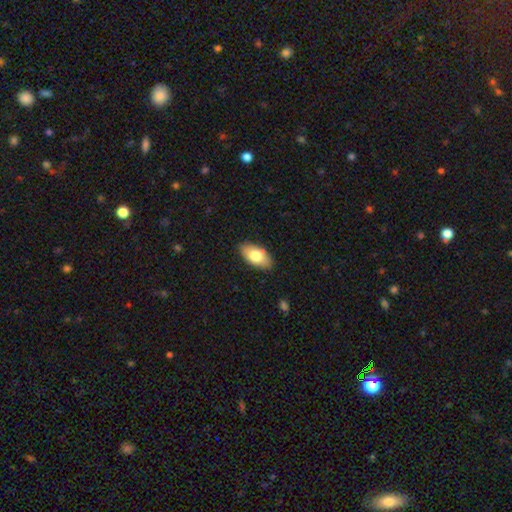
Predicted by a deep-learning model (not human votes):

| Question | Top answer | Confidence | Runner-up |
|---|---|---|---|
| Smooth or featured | smooth | 74% | featured or disk (20%) |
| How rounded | in between | 93% | round (4%) |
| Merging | none | 85% | minor disturbance (12%) |